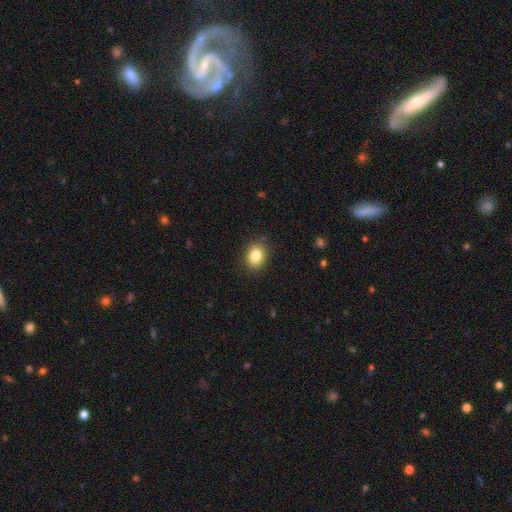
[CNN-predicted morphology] A smooth galaxy with no disk features (84%) that is in between round and cigar-shaped (60%). Merging: none (88%).